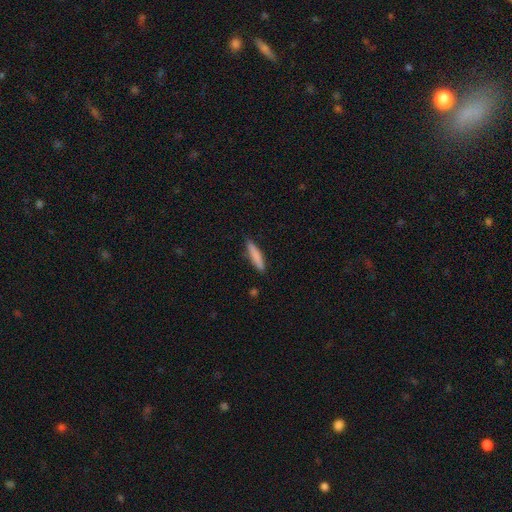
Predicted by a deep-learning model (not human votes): Overall: smooth (82%). How rounded: cigar-shaped (86%). Merging: none (83%).